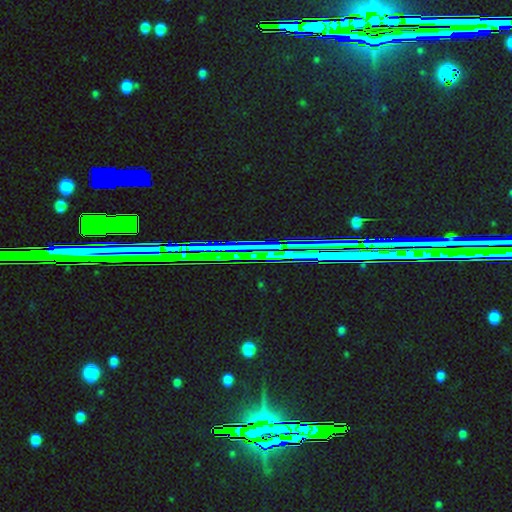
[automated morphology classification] Smooth or featured? Predicted: star or artifact (p=0.81).